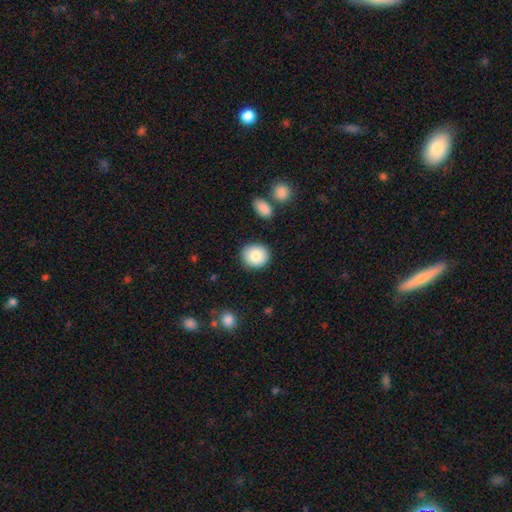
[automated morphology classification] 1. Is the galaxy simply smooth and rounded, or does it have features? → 85% smooth, 8% featured or disk, 7% star or artifact.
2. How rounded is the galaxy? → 78% round, 21% in between, 1% cigar-shaped.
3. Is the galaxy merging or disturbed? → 86% none, 9% minor disturbance, 2% major disturbance, 2% merger.